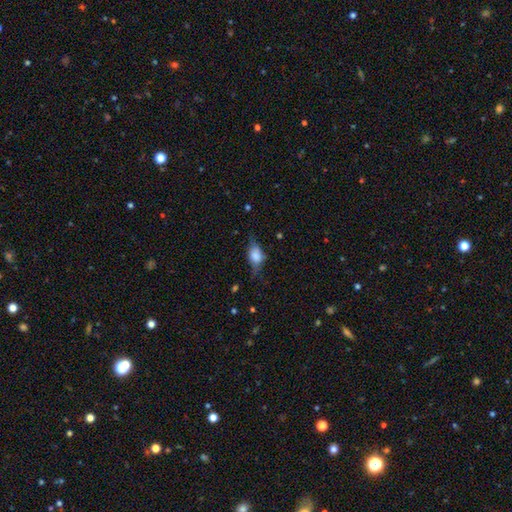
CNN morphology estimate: Overall: smooth (55%; featured or disk 36%). How rounded: in between (77%). Merging: none (55%; minor disturbance 30%).